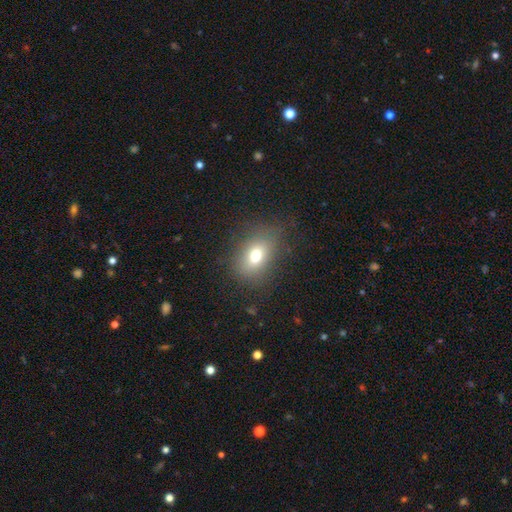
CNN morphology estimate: Smooth or featured? Predicted: smooth (p=0.72). How rounded? Predicted: in between (p=0.70). Merging? Predicted: none (p=0.79).